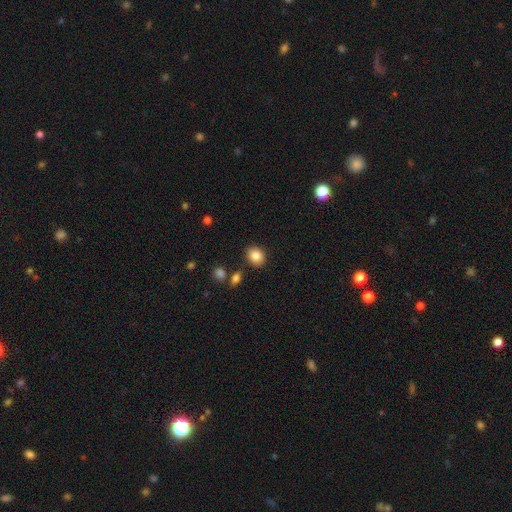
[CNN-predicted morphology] Smooth or featured?
  - smooth: 85% *
  - star or artifact: 9%
  - featured or disk: 6%
How rounded?
  - round: 56% *
  - in between: 43%
  - cigar-shaped: 1%
Merging?
  - none: 86% *
  - minor disturbance: 9%
  - merger: 3%
  - major disturbance: 3%